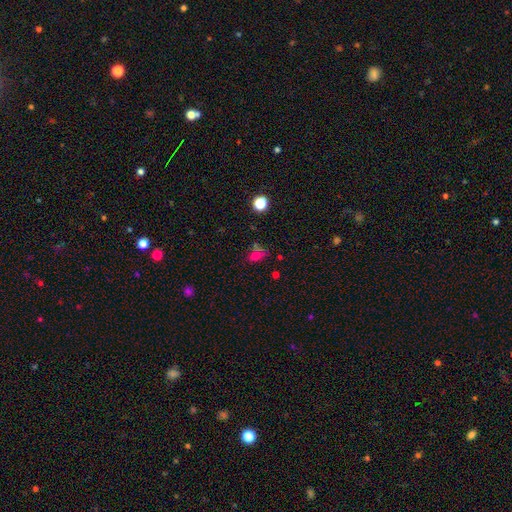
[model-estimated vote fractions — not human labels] Smooth or featured?
  - smooth: 63% *
  - star or artifact: 23%
  - featured or disk: 14%
How rounded?
  - in between: 55% *
  - round: 42%
  - cigar-shaped: 3%
Merging?
  - none: 44% *
  - merger: 22%
  - minor disturbance: 20%
  - major disturbance: 15%